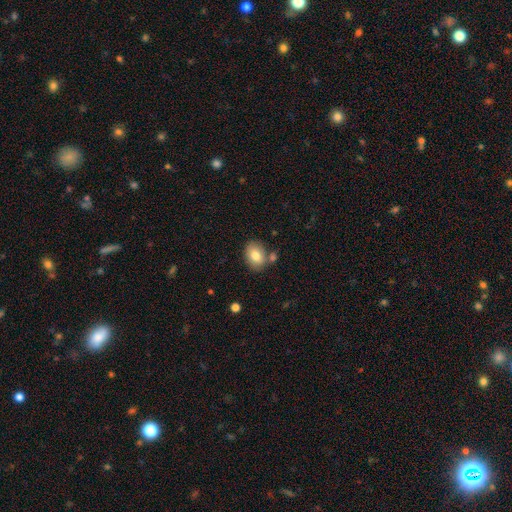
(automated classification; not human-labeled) smooth 80%, featured or disk 12%, star or artifact 8%. Down the decision tree: how rounded — in between (72%); merging — none (72%).